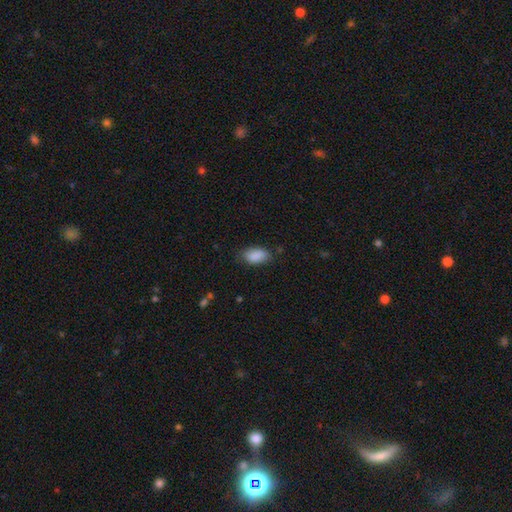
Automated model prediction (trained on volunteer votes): Q: Smooth or featured?
A: smooth (89%); runner-up: star or artifact (7%)
Q: How rounded?
A: in between (92%); runner-up: round (4%)
Q: Merging?
A: none (77%); runner-up: minor disturbance (18%)